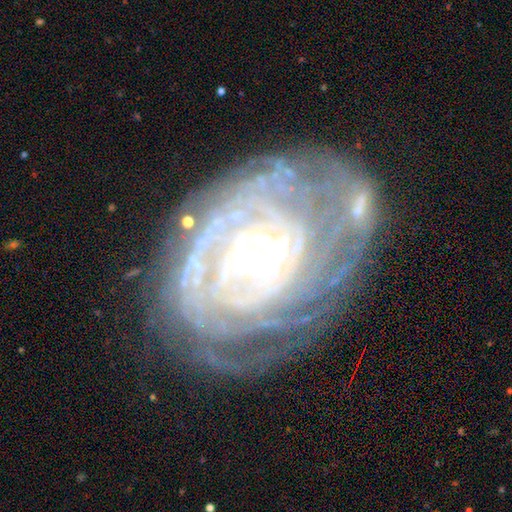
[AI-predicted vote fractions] This appears to be a featured or disk galaxy (86%) with no bar (66%), tight (81%) spiral arms (93%) and a small central bulge (64%). Merging: none (67%).